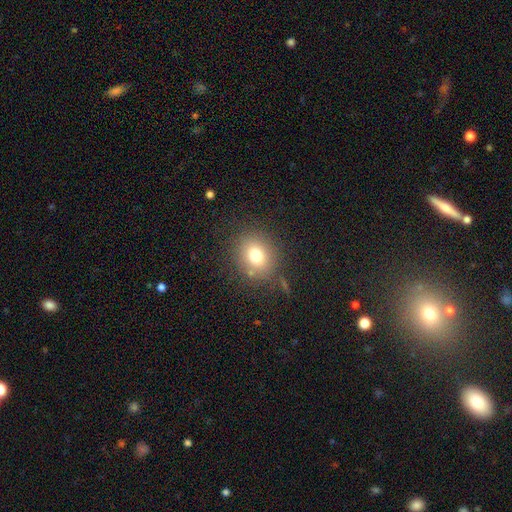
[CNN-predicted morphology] Smooth or featured: smooth — 75% (star or artifact — 14%)
How rounded: round — 66% (in between — 33%)
Merging: none — 81% (minor disturbance — 11%)